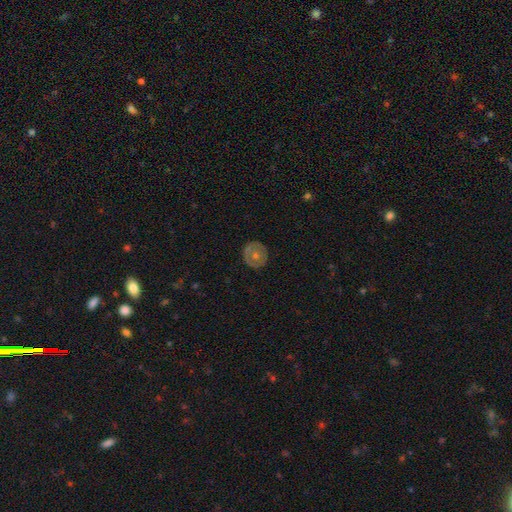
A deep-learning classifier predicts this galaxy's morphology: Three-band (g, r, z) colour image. It shows a smooth galaxy with no disk features (47%). Merging: none (86%).